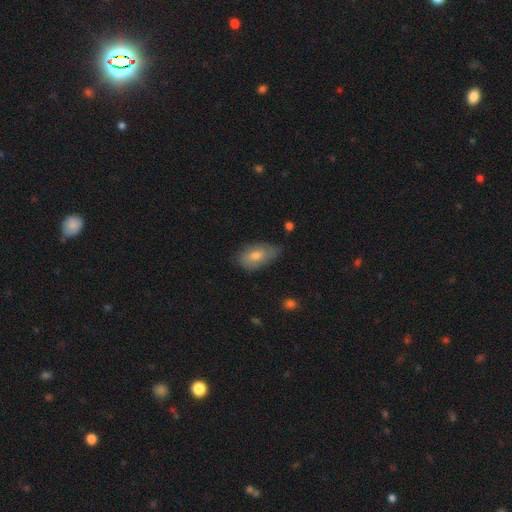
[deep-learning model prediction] This is likely a smooth galaxy (67%). How rounded: clearly in between (90%). Merging: possibly none (59%).